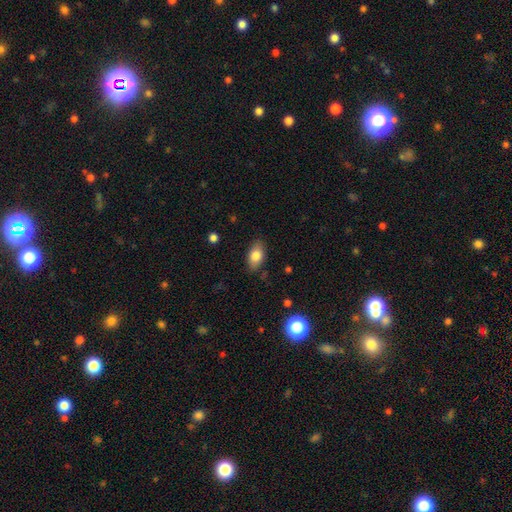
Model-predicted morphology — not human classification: A smooth galaxy with no disk features (81%) that is in between round and cigar-shaped (90%).

Vote fractions:
- Smooth or featured? smooth: 81% / featured or disk: 11% / star or artifact: 7%
- How rounded? in between: 90% / round: 7% / cigar-shaped: 3%
- Merging? none: 83% / minor disturbance: 13% / major disturbance: 3% / merger: 1%